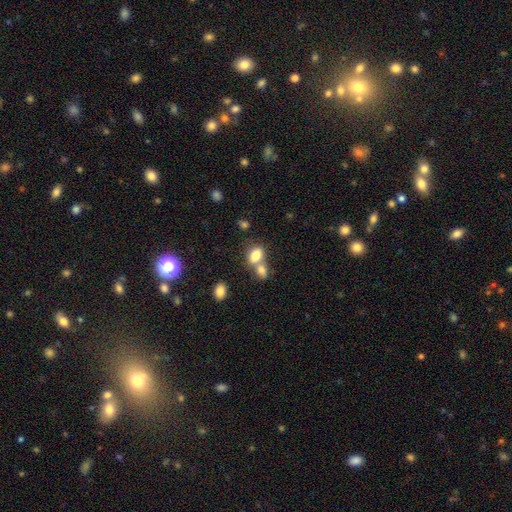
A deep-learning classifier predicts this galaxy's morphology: Smooth or featured: smooth — 81% (featured or disk — 10%)
How rounded: in between — 80% (round — 19%)
Merging: merger — 56% (none — 32%)